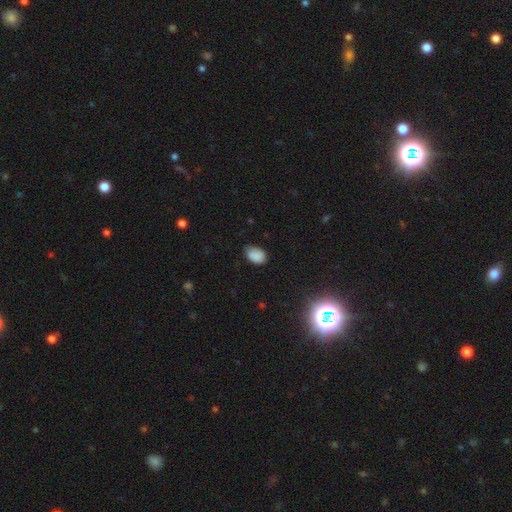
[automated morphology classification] Smooth or featured: smooth — 84% (star or artifact — 11%)
How rounded: in between — 86% (round — 13%)
Merging: none — 68% (minor disturbance — 26%)